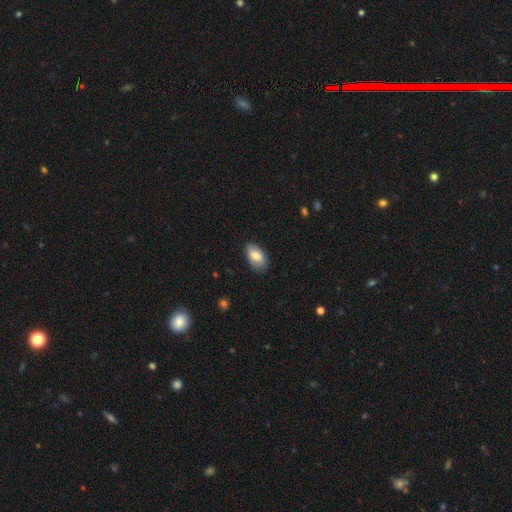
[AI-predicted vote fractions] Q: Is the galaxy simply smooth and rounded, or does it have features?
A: smooth — 80%.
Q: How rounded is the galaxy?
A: in between — 94%.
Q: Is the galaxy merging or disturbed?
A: none — 80%.